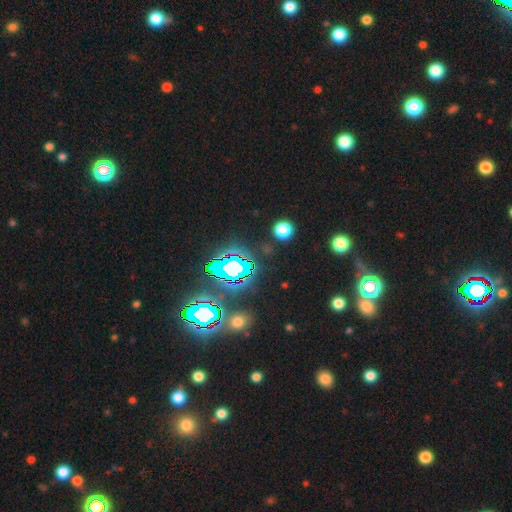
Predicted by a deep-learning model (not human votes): A star or artifact, not a galaxy (81%).

Vote fractions:
- Smooth or featured? star or artifact: 81% / smooth: 12% / featured or disk: 7%